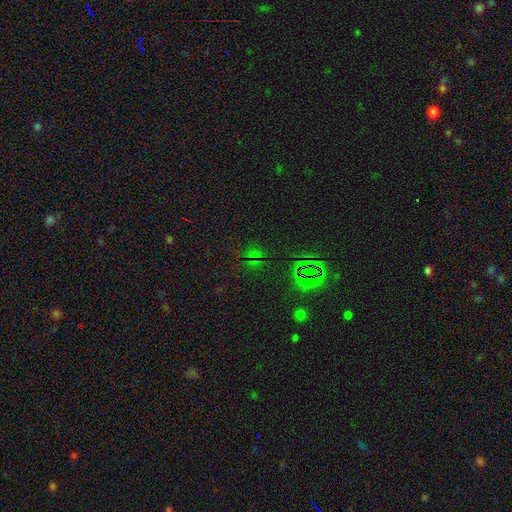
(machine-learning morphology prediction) Smooth or featured?
  - star or artifact: 69% *
  - smooth: 22%
  - featured or disk: 9%